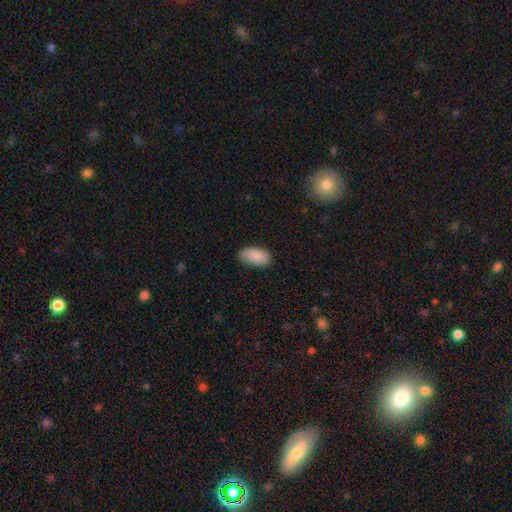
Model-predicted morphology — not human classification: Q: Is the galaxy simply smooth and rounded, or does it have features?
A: smooth — 88%.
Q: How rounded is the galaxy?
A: in between — 94%.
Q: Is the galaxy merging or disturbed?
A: none — 78%.